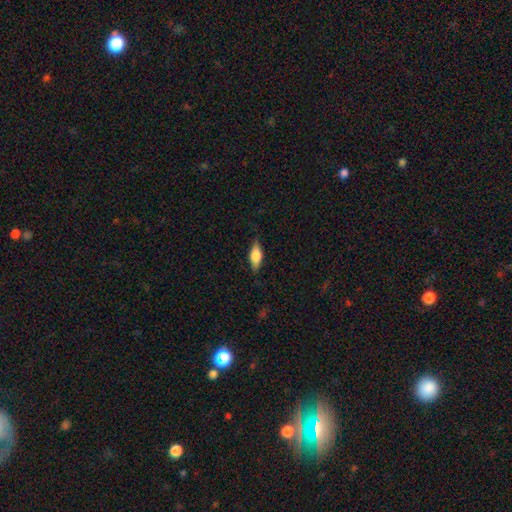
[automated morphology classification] Q: Smooth or featured?
A: smooth (59%); runner-up: featured or disk (34%)
Q: How rounded?
A: in between (73%); runner-up: cigar-shaped (23%)
Q: Merging?
A: none (81%); runner-up: minor disturbance (15%)